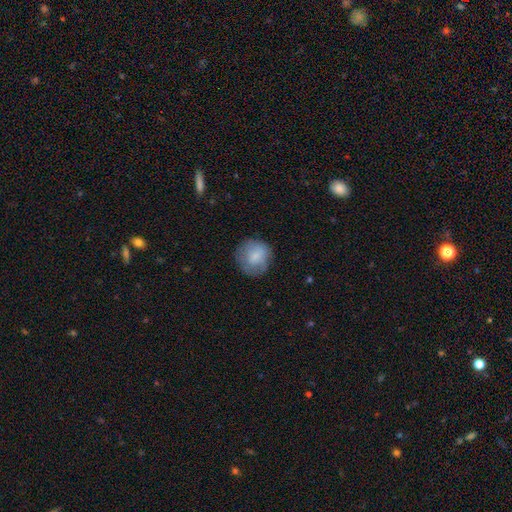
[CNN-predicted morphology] A smooth galaxy with no disk features (75%) that is round (88%).

Vote fractions:
- Smooth or featured? smooth: 75% / featured or disk: 18% / star or artifact: 7%
- How rounded? round: 88% / in between: 11% / cigar-shaped: 1%
- Merging? none: 74% / minor disturbance: 18% / major disturbance: 7% / merger: 1%